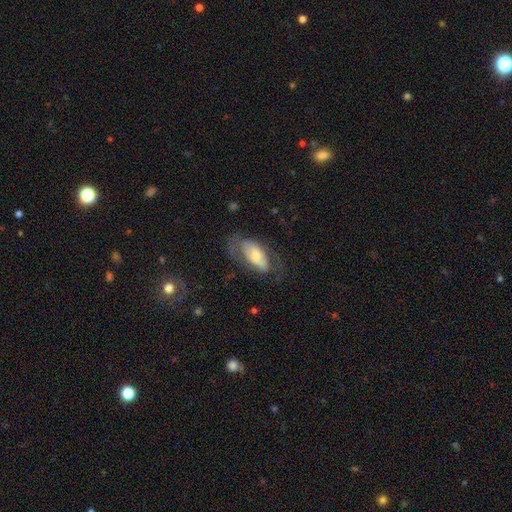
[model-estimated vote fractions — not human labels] A featured or disk galaxy (57%) with no bar (48%), spiral arms (71%) and a moderate central bulge (48%).

Vote fractions:
- Smooth or featured? featured or disk: 57% / smooth: 36% / star or artifact: 7%
- Edge-on disk? no: 90% / yes: 10%
- Bar? no: 48% / weak: 29% / strong: 23%
- Spiral arms? yes: 71% / no: 29%
- Bulge size? moderate: 48% / small: 37% / large: 11% / none: 2% / dominant: 2%
- Merging? none: 59% / major disturbance: 20% / minor disturbance: 20% / merger: 2%